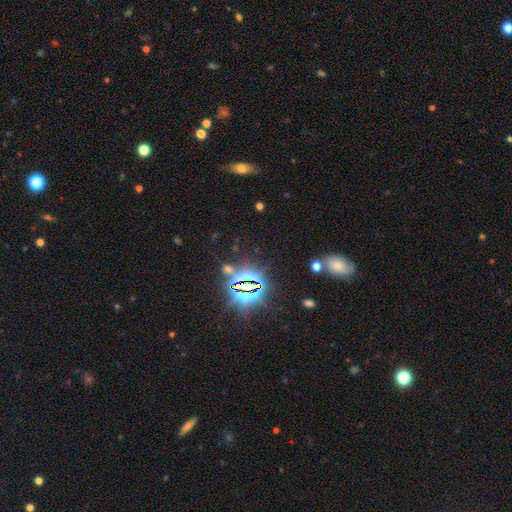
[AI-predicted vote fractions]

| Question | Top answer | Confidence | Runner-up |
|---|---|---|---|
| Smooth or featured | star or artifact | 78% | smooth (13%) |